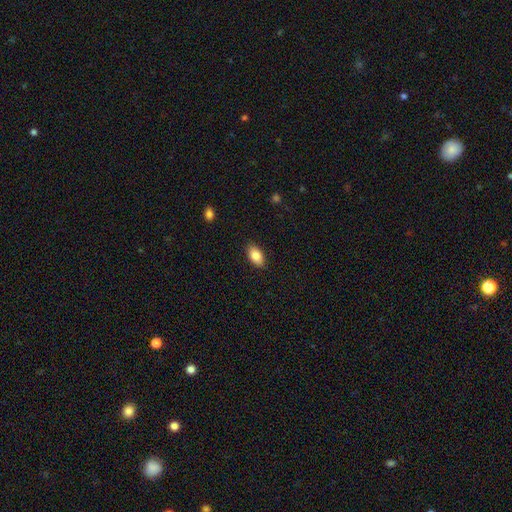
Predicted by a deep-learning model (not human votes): This appears to be a smooth galaxy with no disk features (85%) that is in between round and cigar-shaped (92%). Merging: none (88%).